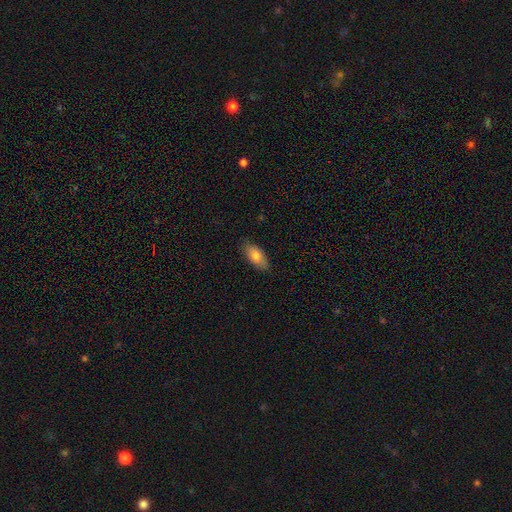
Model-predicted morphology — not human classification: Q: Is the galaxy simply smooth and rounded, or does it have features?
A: smooth — 80%.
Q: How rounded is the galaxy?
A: in between — 88%.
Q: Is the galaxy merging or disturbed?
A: none — 85%.